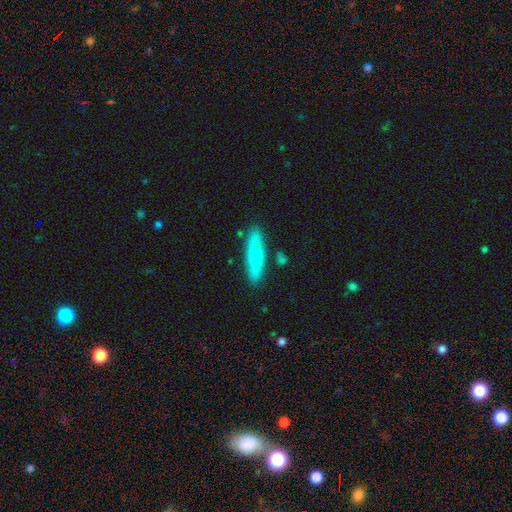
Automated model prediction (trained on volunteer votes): This is possibly a smooth galaxy (57%). How rounded: likely cigar-shaped (65%). Merging: clearly none (84%).